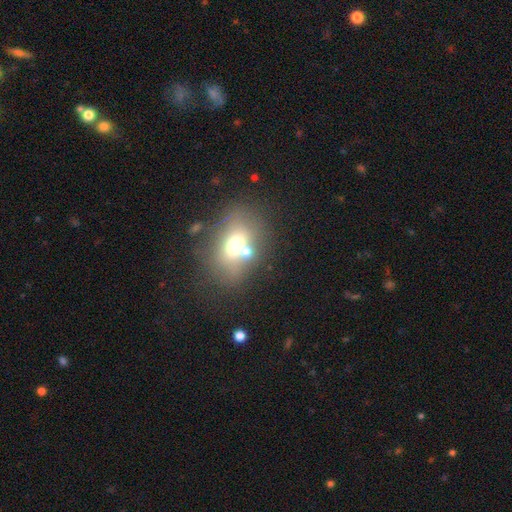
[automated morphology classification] Smooth or featured: smooth — 54% (featured or disk — 26%)
How rounded: in between — 67% (round — 30%)
Merging: none — 56% (merger — 26%)